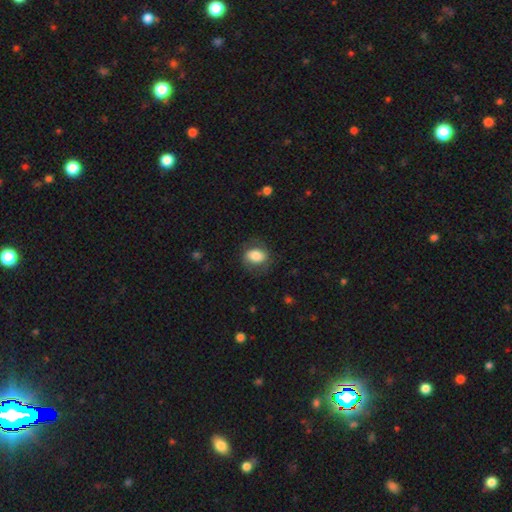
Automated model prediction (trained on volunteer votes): smooth_or_featured: smooth (p=0.76) [alt: featured or disk p=0.16]
how_rounded: in between (p=0.67) [alt: round p=0.31]
merging: none (p=0.73) [alt: minor disturbance p=0.17]